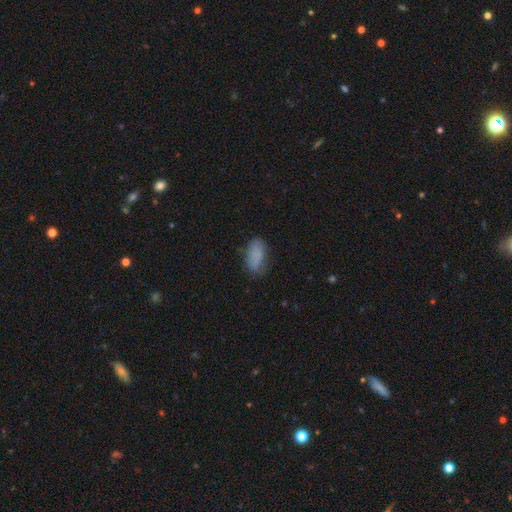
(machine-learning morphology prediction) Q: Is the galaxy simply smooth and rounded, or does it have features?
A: smooth — 83%.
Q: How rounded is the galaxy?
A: in between — 92%.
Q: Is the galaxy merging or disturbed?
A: none — 67%.